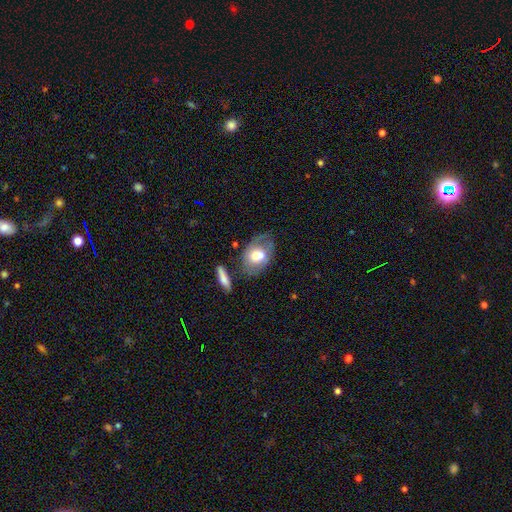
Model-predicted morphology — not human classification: The model was most divided on "merging": none: 41%, minor disturbance: 24%, merger: 22%, major disturbance: 14%. More confident: how rounded — in between (76%); smooth or featured — smooth (58%).